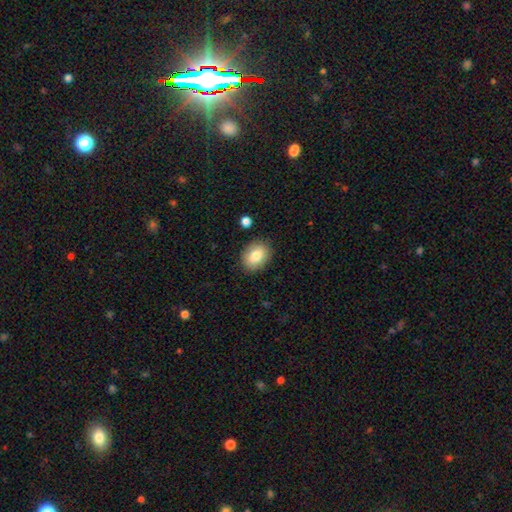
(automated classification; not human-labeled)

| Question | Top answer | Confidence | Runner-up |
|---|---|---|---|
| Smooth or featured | smooth | 82% | featured or disk (11%) |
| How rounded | in between | 66% | round (33%) |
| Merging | none | 86% | minor disturbance (10%) |